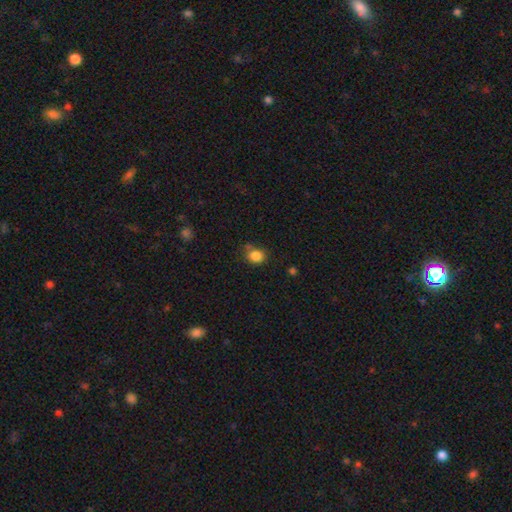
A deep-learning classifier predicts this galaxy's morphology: Overall: smooth (84%). How rounded: round (68%; in between 31%). Merging: none (66%).